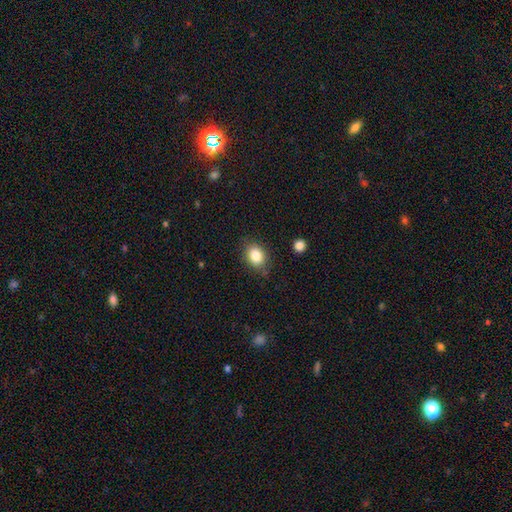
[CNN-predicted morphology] type=smooth (84%); roundness=in between (56%); merging=none (80%).